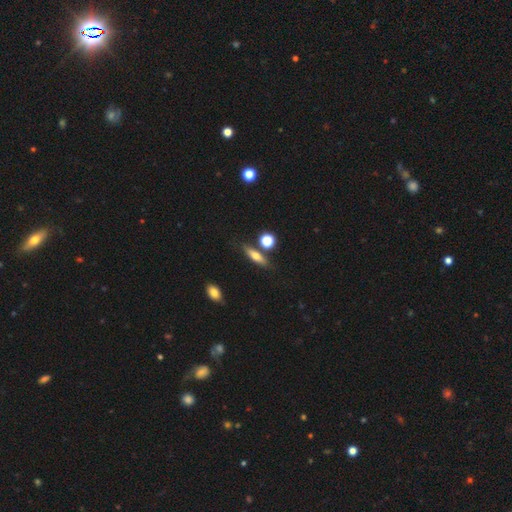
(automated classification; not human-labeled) The model was most divided on "how rounded": cigar-shaped: 55%, in between: 37%, round: 8%. More confident: merging — none (75%); smooth or featured — smooth (57%).